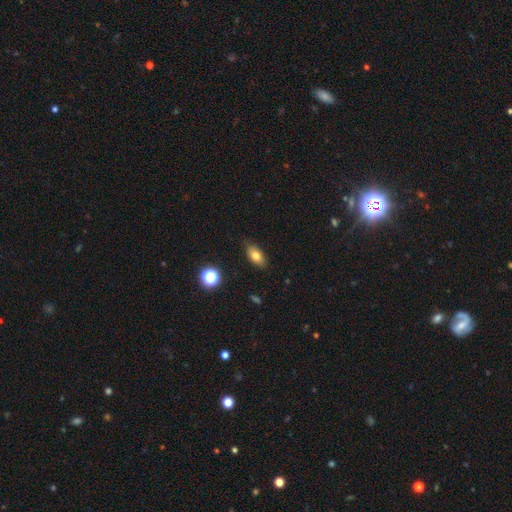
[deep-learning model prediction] Smooth or featured? smooth (78%)
How rounded? in between (87%)
Merging? none (83%)